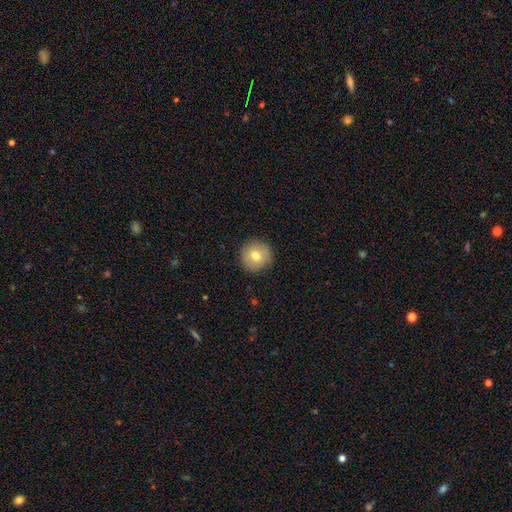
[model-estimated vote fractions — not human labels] Smooth or featured?
  - smooth: 76% *
  - featured or disk: 15%
  - star or artifact: 9%
How rounded?
  - round: 95% *
  - in between: 4%
  - cigar-shaped: 1%
Merging?
  - none: 90% *
  - minor disturbance: 7%
  - major disturbance: 2%
  - merger: 1%